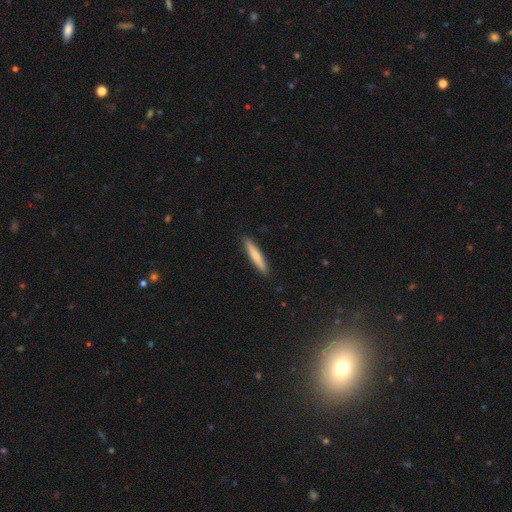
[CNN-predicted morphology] The model was most divided on "smooth or featured": smooth: 69%, featured or disk: 26%, star or artifact: 5%. More confident: how rounded — cigar-shaped (93%); merging — none (91%).